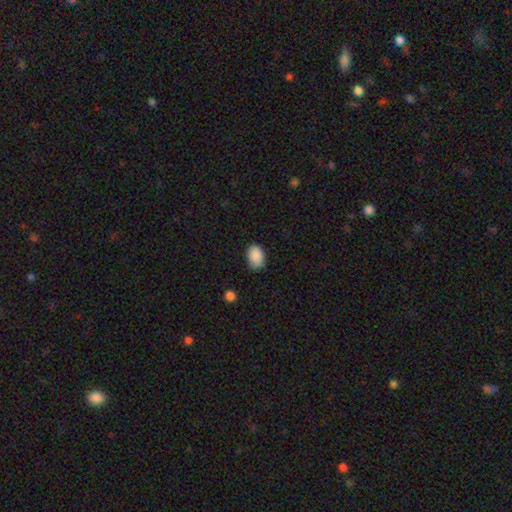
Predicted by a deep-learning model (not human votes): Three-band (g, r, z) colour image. It shows a smooth galaxy with no disk features (89%) that is in between round and cigar-shaped (83%). Merging: none (75%).